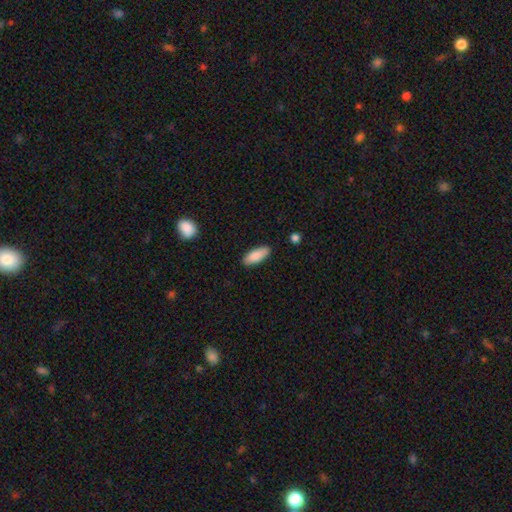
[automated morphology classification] Q: Smooth or featured?
A: smooth (86%); runner-up: featured or disk (8%)
Q: How rounded?
A: in between (72%); runner-up: cigar-shaped (26%)
Q: Merging?
A: none (86%); runner-up: minor disturbance (11%)